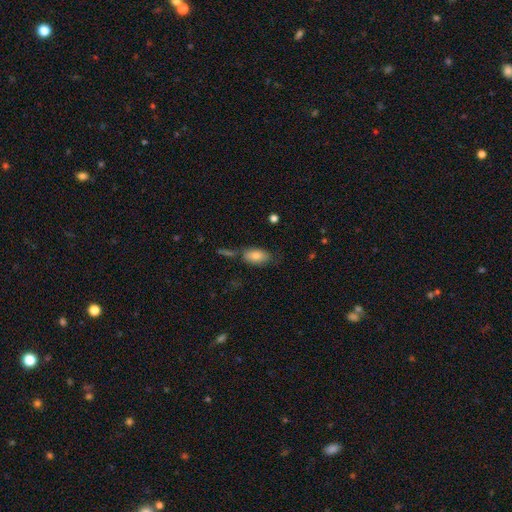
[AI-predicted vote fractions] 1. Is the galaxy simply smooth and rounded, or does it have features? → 81% smooth, 12% featured or disk, 8% star or artifact.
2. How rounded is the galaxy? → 92% in between, 4% cigar-shaped, 4% round.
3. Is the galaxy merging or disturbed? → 65% none, 18% minor disturbance, 11% merger, 6% major disturbance.